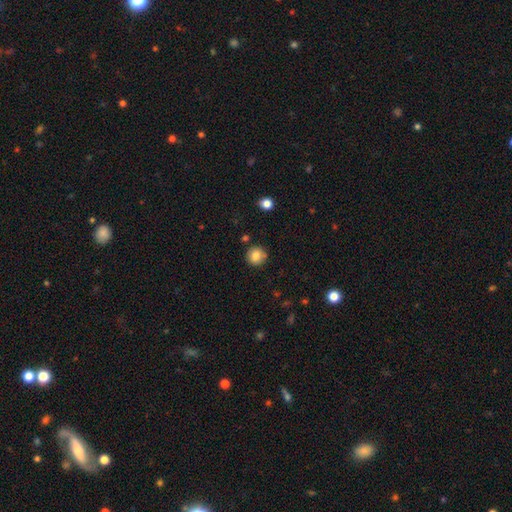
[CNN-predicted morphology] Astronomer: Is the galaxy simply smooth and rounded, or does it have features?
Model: smooth — 83%.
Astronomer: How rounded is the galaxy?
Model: round — 91%.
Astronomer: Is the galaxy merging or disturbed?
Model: none — 84%.